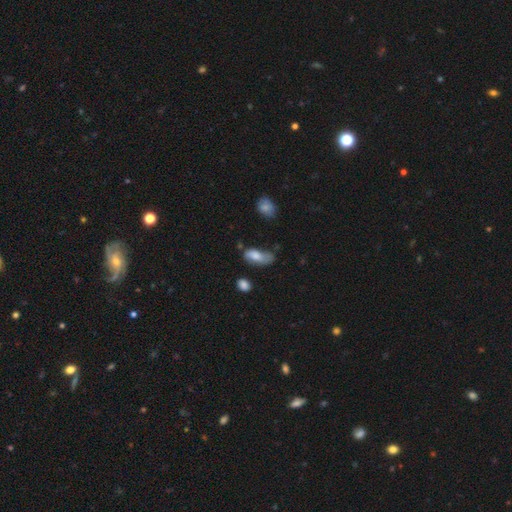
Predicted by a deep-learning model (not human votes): smooth_or_featured: smooth (p=0.72) [alt: featured or disk p=0.20]
how_rounded: in between (p=0.86) [alt: cigar-shaped p=0.11]
merging: minor disturbance (p=0.38) [alt: none p=0.36]